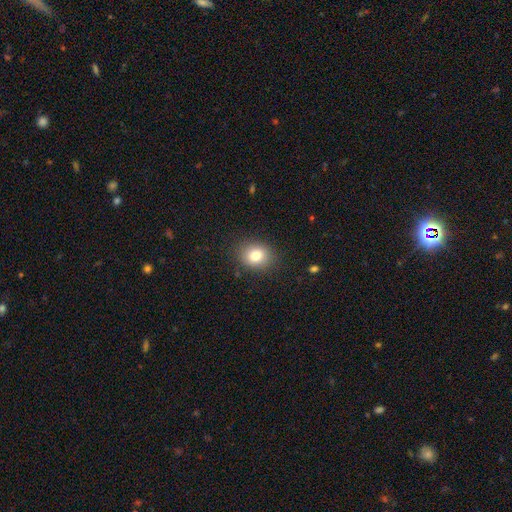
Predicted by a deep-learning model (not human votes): Q: Smooth or featured?
A: smooth (80%); runner-up: star or artifact (11%)
Q: How rounded?
A: round (57%); runner-up: in between (42%)
Q: Merging?
A: none (87%); runner-up: minor disturbance (9%)